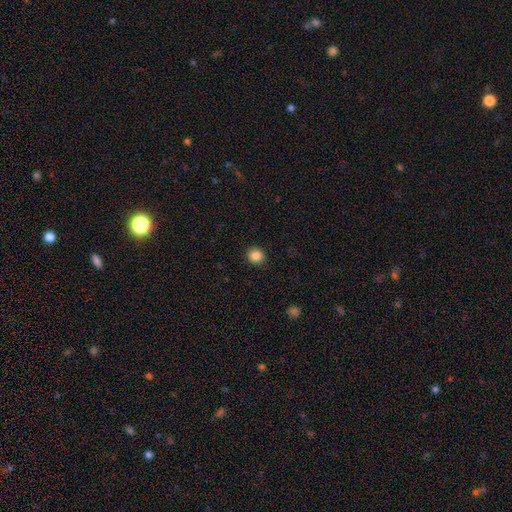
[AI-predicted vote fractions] The model was most divided on "smooth or featured": smooth: 85%, star or artifact: 10%, featured or disk: 5%. More confident: merging — none (92%); how rounded — round (88%).